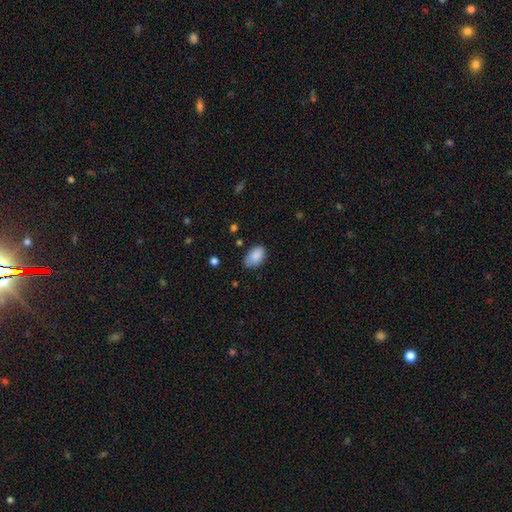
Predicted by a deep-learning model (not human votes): A smooth galaxy with no disk features (86%) that is in between round and cigar-shaped (90%).

Vote fractions:
- Smooth or featured? smooth: 86% / star or artifact: 7% / featured or disk: 6%
- How rounded? in between: 90% / round: 9% / cigar-shaped: 1%
- Merging? none: 70% / minor disturbance: 24% / major disturbance: 4% / merger: 2%